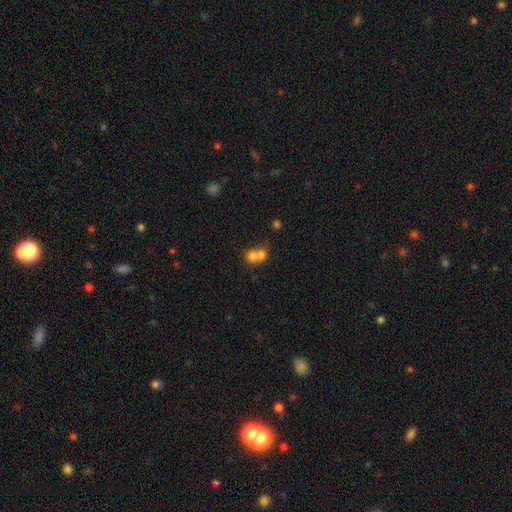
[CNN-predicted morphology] Overall: smooth (72%). How rounded: round (72%). Merging: merger (69%).